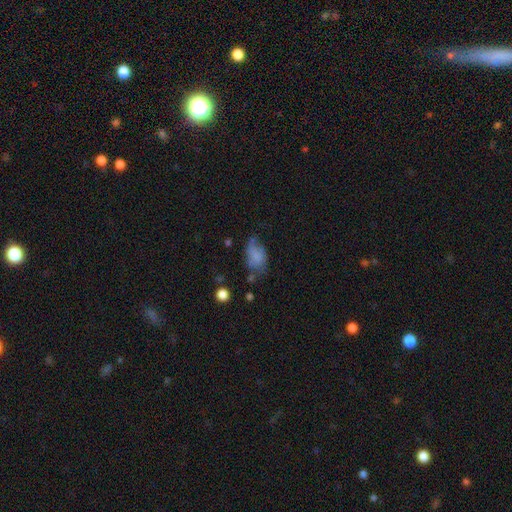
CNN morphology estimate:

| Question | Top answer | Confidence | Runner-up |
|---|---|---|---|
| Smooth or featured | smooth | 67% | featured or disk (22%) |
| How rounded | in between | 87% | round (11%) |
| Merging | none | 38% | minor disturbance (35%) |